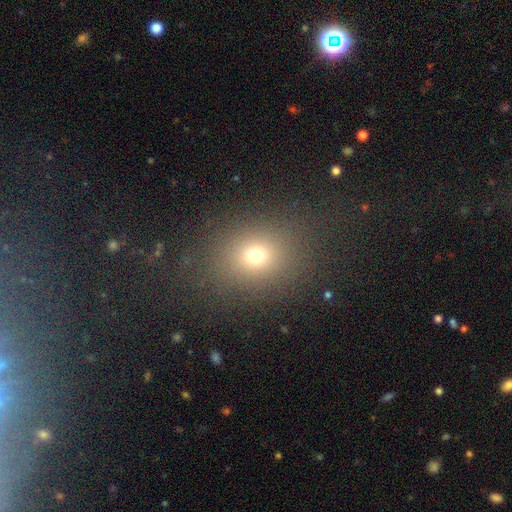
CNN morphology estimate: A smooth galaxy with no disk features (71%) that is round (60%). Merging: none (83%).